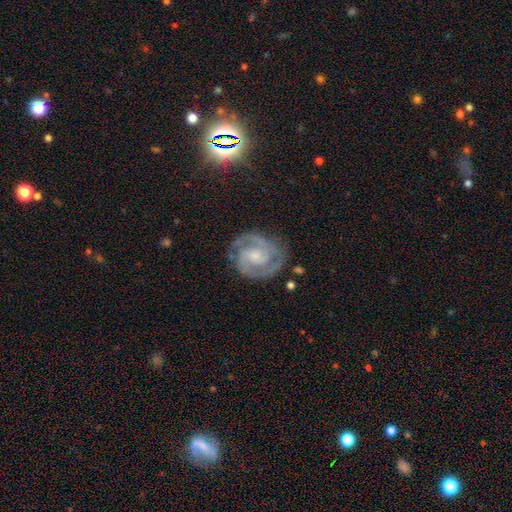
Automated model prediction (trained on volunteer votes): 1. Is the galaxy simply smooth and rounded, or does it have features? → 90% featured or disk, 5% smooth, 5% star or artifact.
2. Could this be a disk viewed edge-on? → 98% no, 2% yes.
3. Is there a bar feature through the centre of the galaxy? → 51% no, 38% weak, 11% strong.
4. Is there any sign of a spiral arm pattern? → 98% yes, 2% no.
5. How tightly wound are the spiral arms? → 57% tight, 38% medium, 5% loose.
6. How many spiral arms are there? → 83% 2, 8% 3, 4% can't tell, 2% 1, 2% 4, 2% more than 4.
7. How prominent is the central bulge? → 56% small, 30% moderate, 10% none, 3% large, 1% dominant.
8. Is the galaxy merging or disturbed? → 79% none, 14% minor disturbance, 5% major disturbance, 1% merger.